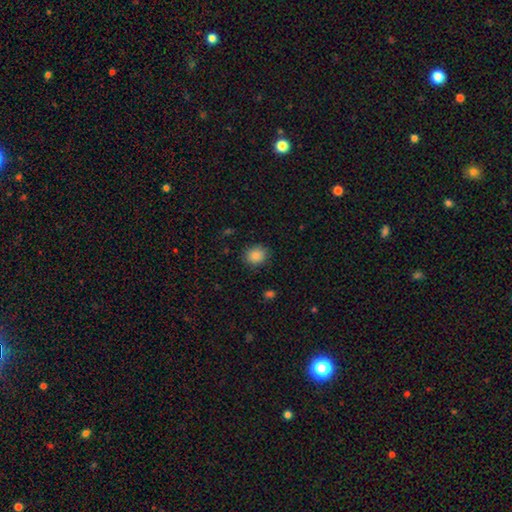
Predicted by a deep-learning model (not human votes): This is clearly a smooth galaxy (87%). How rounded: likely round (73%). Merging: clearly none (87%).